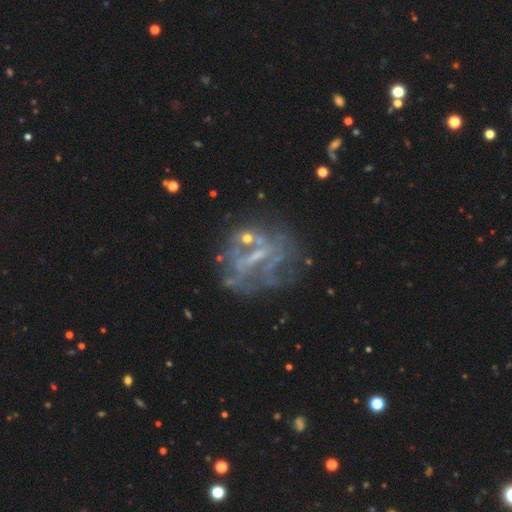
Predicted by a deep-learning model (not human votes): Smooth or featured? Predicted: featured or disk (p=0.67). Edge-on disk? Predicted: no (p=0.96). Bar? Predicted: no (p=0.45). Spiral arms? Predicted: no (p=0.68). Bulge size? Predicted: none (p=0.47). Merging? Predicted: none (p=0.49).